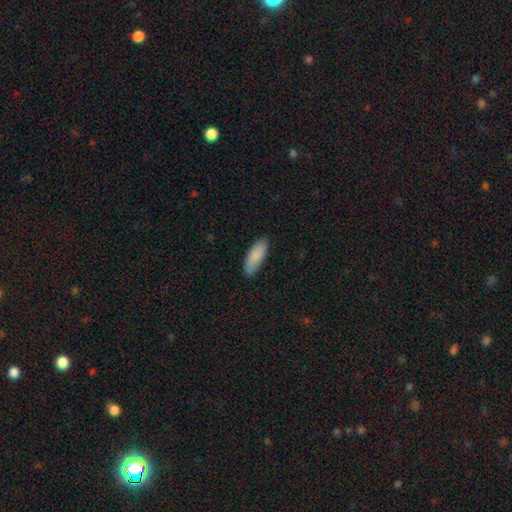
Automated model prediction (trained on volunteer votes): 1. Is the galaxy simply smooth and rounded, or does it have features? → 88% smooth, 7% featured or disk, 6% star or artifact.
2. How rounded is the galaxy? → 68% in between, 30% cigar-shaped, 2% round.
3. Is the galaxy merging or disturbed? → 85% none, 12% minor disturbance, 2% major disturbance, 1% merger.